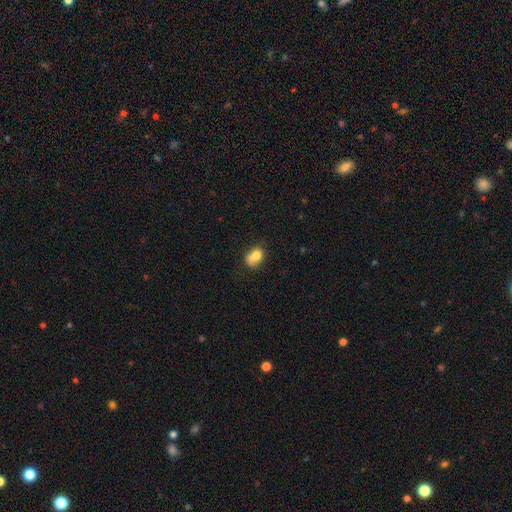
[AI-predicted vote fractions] A smooth galaxy with no disk features (71%) that is in between round and cigar-shaped (61%).

Vote fractions:
- Smooth or featured? smooth: 71% / featured or disk: 19% / star or artifact: 10%
- How rounded? in between: 61% / round: 38% / cigar-shaped: 1%
- Merging? merger: 37% / none: 32% / minor disturbance: 20% / major disturbance: 11%